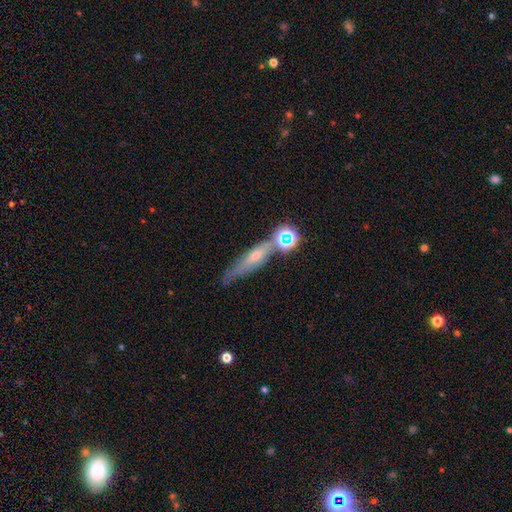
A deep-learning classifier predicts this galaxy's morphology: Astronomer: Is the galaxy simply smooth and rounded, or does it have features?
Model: featured or disk — 49% (runner-up: smooth, 34%).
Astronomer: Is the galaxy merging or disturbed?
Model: none — 59%.